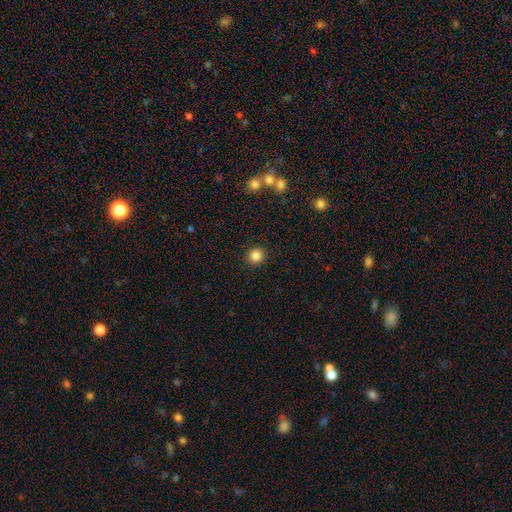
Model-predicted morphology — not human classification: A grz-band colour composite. It shows a smooth galaxy with no disk features (85%) that is round (92%). Merging: none (91%).